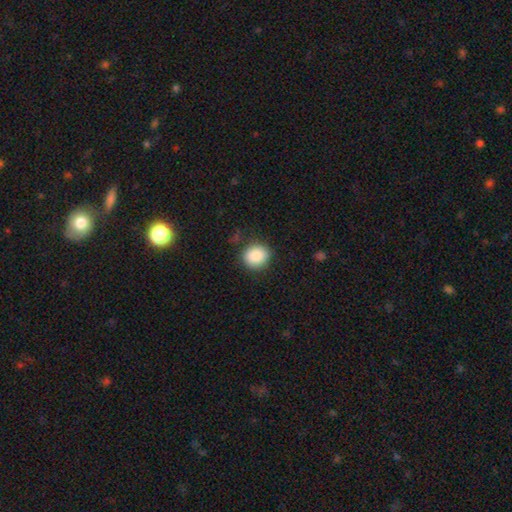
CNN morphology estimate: smooth_or_featured: smooth (p=0.88) [alt: star or artifact p=0.08]
how_rounded: round (p=0.83) [alt: in between p=0.16]
merging: none (p=0.85) [alt: minor disturbance p=0.10]